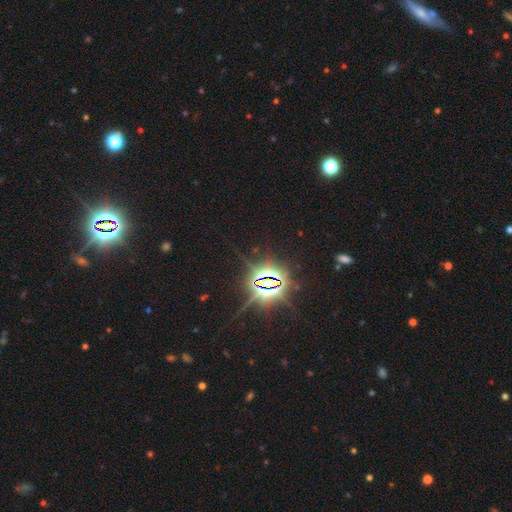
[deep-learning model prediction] Smooth or featured? star or artifact (85%)